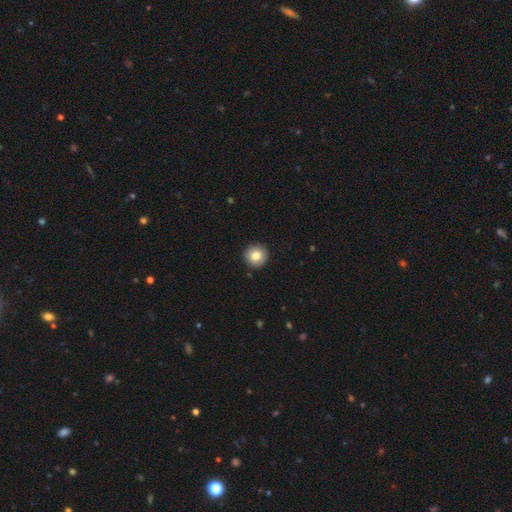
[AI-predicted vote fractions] This is clearly a smooth galaxy (85%). How rounded: clearly round (95%). Merging: clearly none (92%).